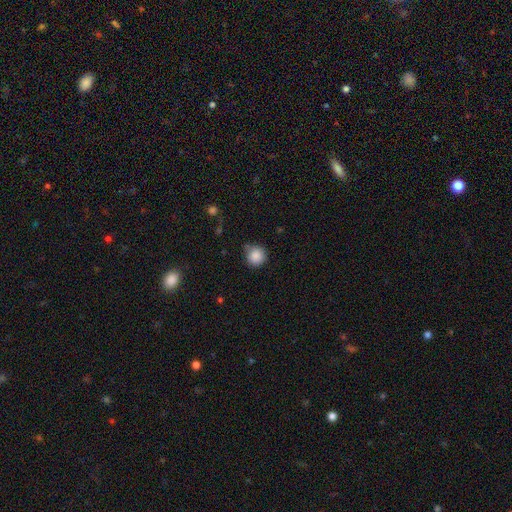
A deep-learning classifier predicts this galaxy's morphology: smooth_or_featured: smooth (p=0.87) [alt: star or artifact p=0.09]
how_rounded: round (p=0.94) [alt: in between p=0.05]
merging: none (p=0.73) [alt: minor disturbance p=0.19]